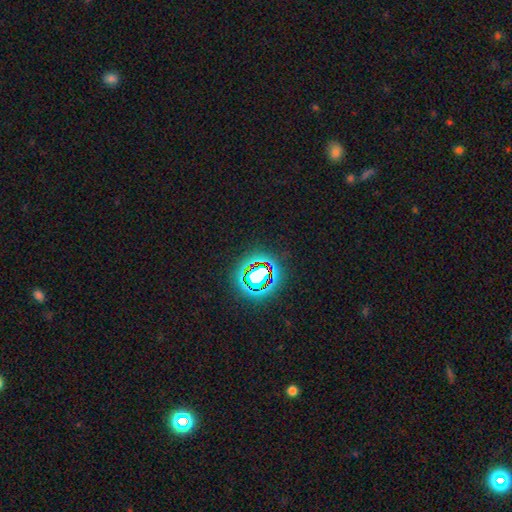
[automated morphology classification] smooth_or_featured: star or artifact (p=0.79) [alt: smooth p=0.13]